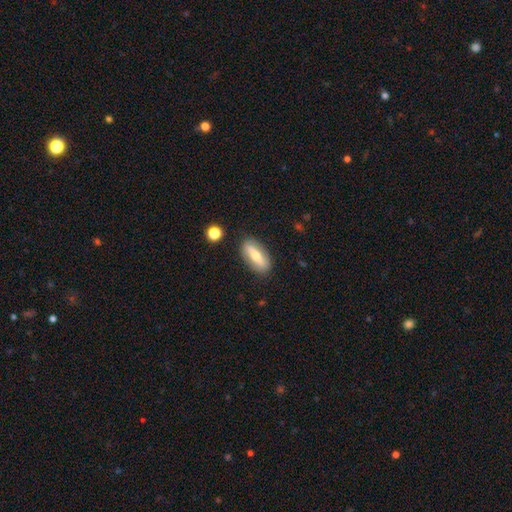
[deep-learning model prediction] Overall: smooth (49%; featured or disk 45%). Merging: none (85%).